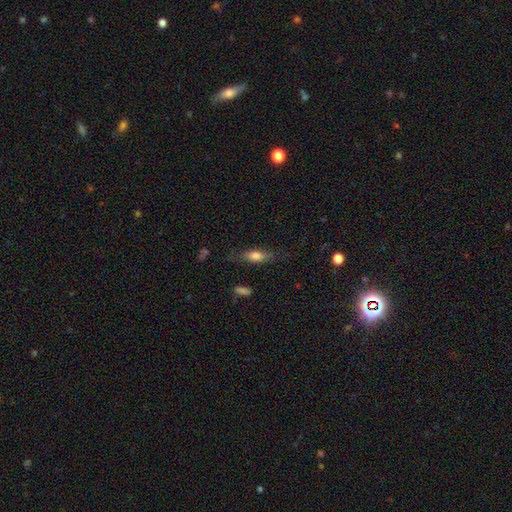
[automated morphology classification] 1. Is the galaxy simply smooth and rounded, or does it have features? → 70% smooth, 22% featured or disk, 8% star or artifact.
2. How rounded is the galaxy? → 57% in between, 40% cigar-shaped, 3% round.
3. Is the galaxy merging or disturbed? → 72% none, 19% minor disturbance, 7% major disturbance, 2% merger.